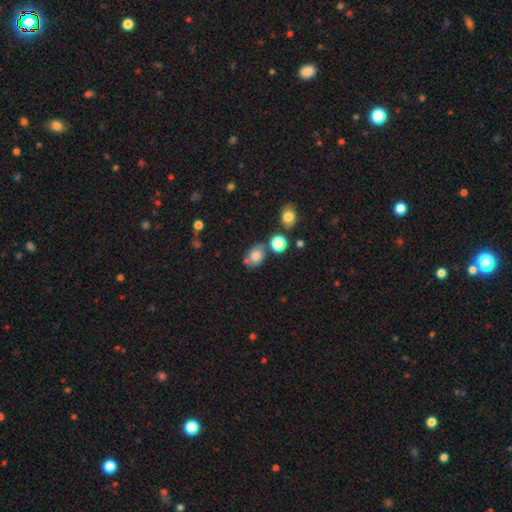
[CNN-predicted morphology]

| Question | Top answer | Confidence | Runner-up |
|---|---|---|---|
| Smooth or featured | smooth | 77% | featured or disk (12%) |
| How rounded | in between | 60% | round (39%) |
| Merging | none | 58% | minor disturbance (19%) |